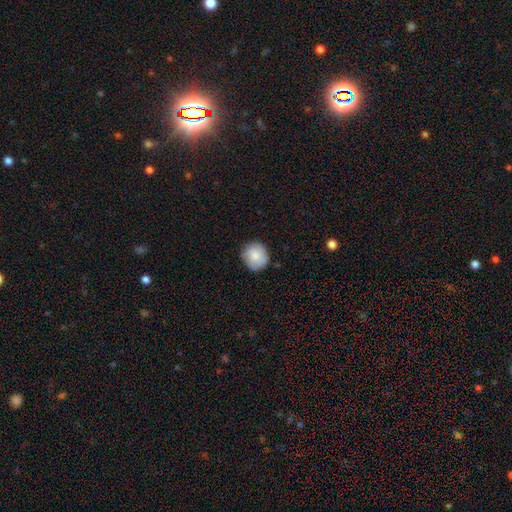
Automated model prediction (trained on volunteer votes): smooth-or-featured: smooth: 83% | featured or disk: 10% | star or artifact: 7%
  how-rounded: round: 87% | in between: 13% | cigar-shaped: 1%
  merging: none: 83% | minor disturbance: 14% | major disturbance: 2% | merger: 1%